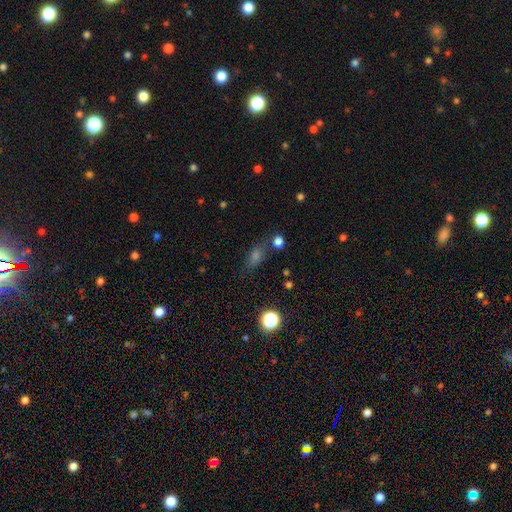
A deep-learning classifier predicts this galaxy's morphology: This is possibly a smooth galaxy (58%). How rounded: likely in between (69%). Merging: likely none (74%).